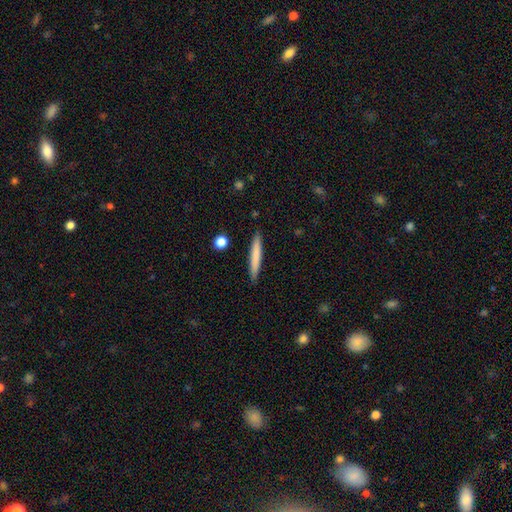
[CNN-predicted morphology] Smooth or featured: smooth — 75% (featured or disk — 20%)
How rounded: cigar-shaped — 95% (in between — 4%)
Merging: none — 90% (minor disturbance — 7%)